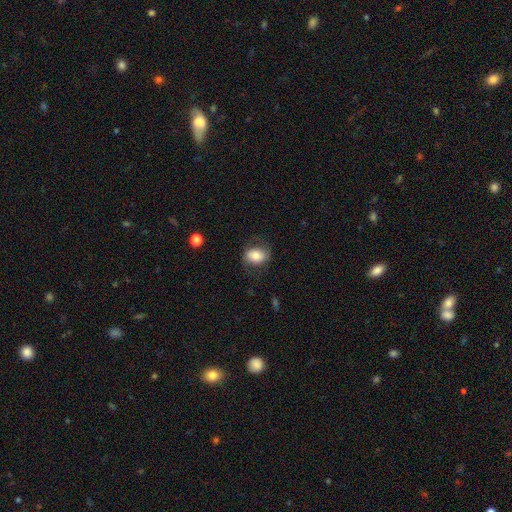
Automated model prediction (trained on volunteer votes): Morphology: type=smooth (73%); roundness=in between (69%); merging=none (71%).